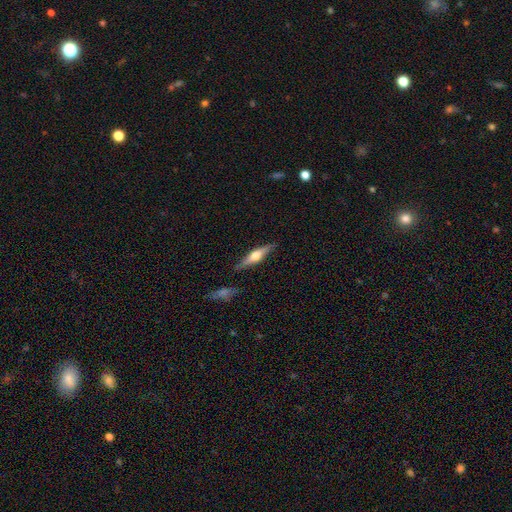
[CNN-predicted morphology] Overall: featured or disk (58%; smooth 36%). Edge-on disk: yes (95%). Edge-on bulge: rounded (92%). Merging: none (86%).